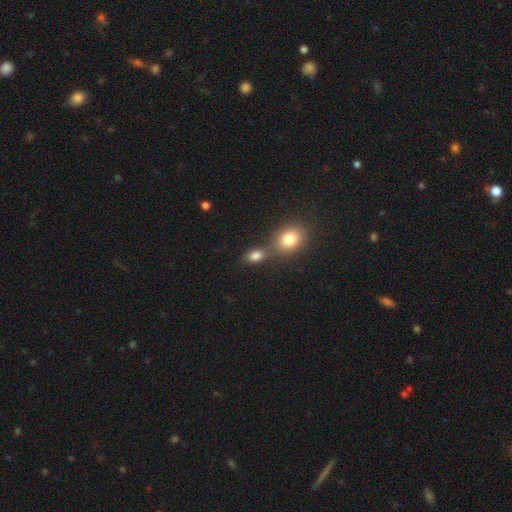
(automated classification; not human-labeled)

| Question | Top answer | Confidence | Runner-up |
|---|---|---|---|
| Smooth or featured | smooth | 80% | star or artifact (12%) |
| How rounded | in between | 73% | round (25%) |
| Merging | none | 53% | merger (32%) |